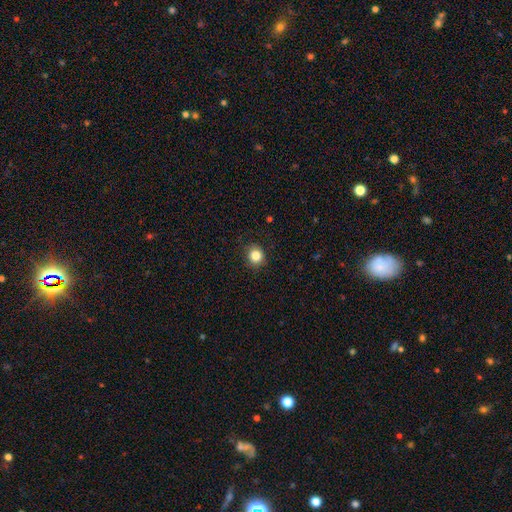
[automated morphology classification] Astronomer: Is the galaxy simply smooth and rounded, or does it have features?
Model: smooth — 84%.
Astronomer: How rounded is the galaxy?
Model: round — 83%.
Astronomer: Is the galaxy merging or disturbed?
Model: none — 88%.